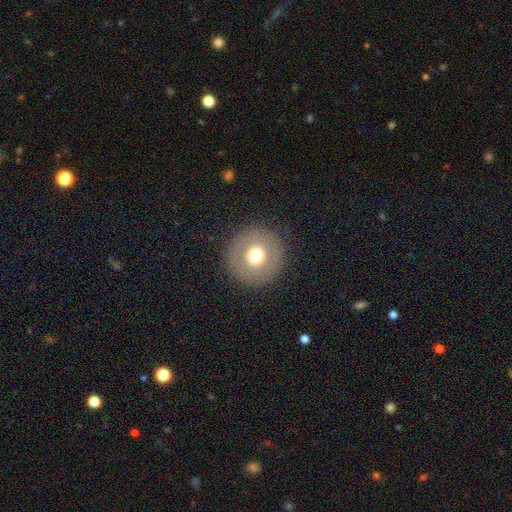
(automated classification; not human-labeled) A smooth galaxy with no disk features (63%) that is round (96%).

Vote fractions:
- Smooth or featured? smooth: 63% / featured or disk: 27% / star or artifact: 10%
- How rounded? round: 96% / in between: 3% / cigar-shaped: 1%
- Merging? none: 89% / minor disturbance: 6% / major disturbance: 3% / merger: 1%